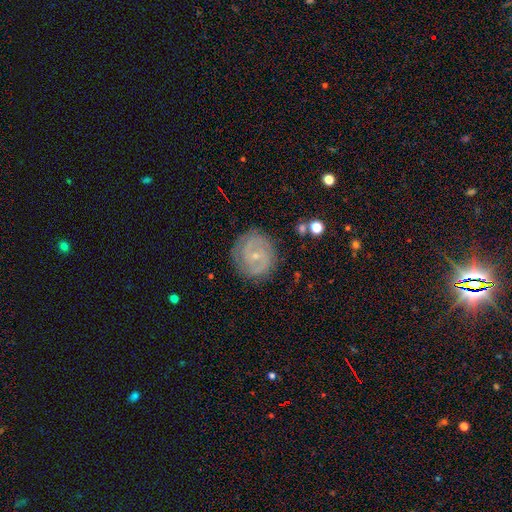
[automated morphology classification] Q: Smooth or featured?
A: featured or disk (81%); runner-up: smooth (13%)
Q: Edge-on disk?
A: no (98%); runner-up: yes (2%)
Q: Bar?
A: no (56%); runner-up: weak (36%)
Q: Spiral arms?
A: yes (94%); runner-up: no (6%)
Q: Spiral winding?
A: tight (57%); runner-up: medium (35%)
Q: Spiral arm count?
A: 2 (69%); runner-up: can't tell (14%)
Q: Bulge size?
A: small (80%); runner-up: moderate (16%)
Q: Merging?
A: none (83%); runner-up: minor disturbance (12%)